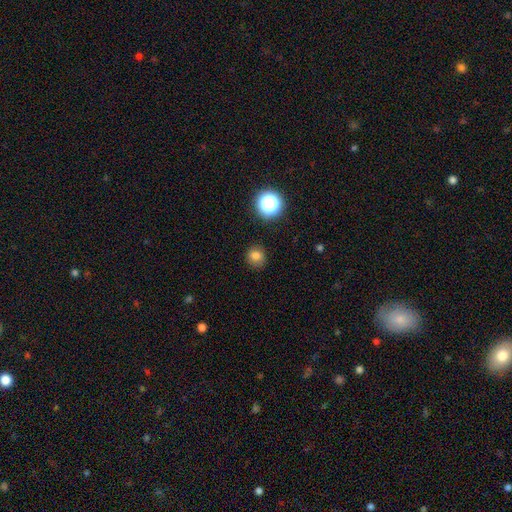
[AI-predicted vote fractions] smooth 78%, star or artifact 16%, featured or disk 6%. Down the decision tree: how rounded — round (86%); merging — none (85%).